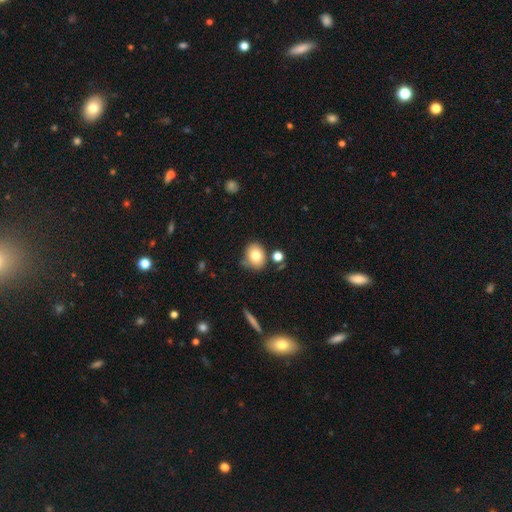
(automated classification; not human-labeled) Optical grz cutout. It shows a smooth galaxy with no disk features (77%) that is round (55%). Merging: none (71%).